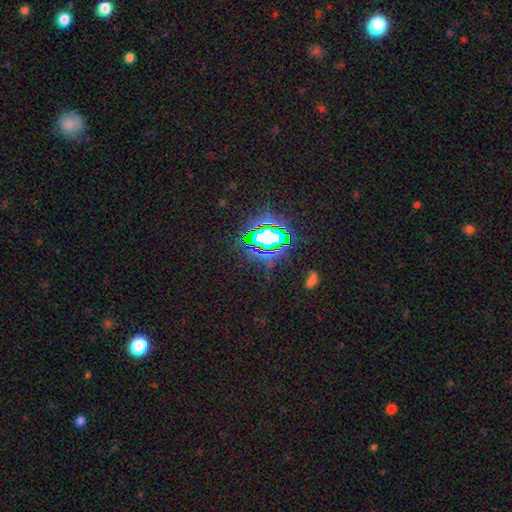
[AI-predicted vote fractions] Q: Smooth or featured?
A: star or artifact (80%); runner-up: smooth (12%)